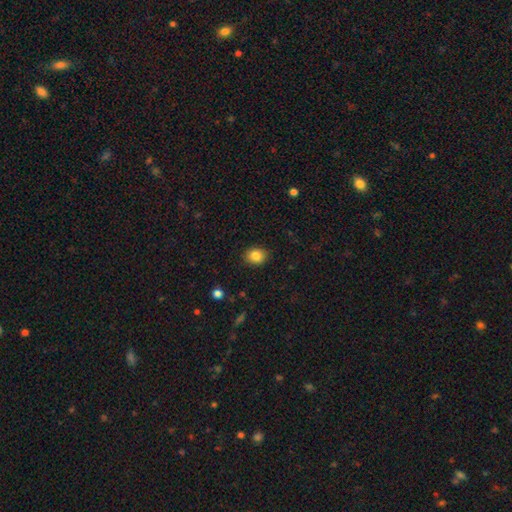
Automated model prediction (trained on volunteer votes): Smooth or featured? smooth (84%)
How rounded? round (54%)
Merging? none (89%)